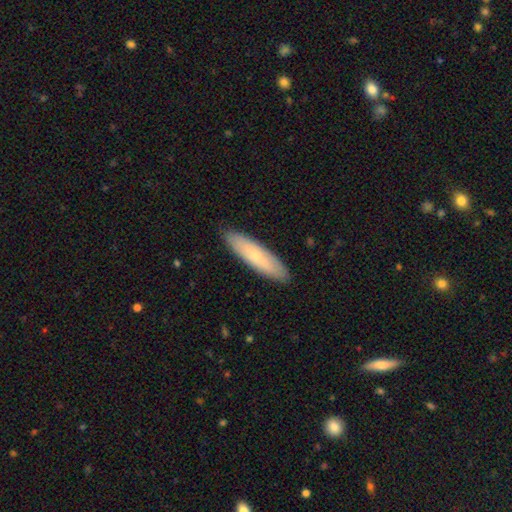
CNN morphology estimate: type=smooth (61%); roundness=cigar-shaped (70%); merging=none (89%).